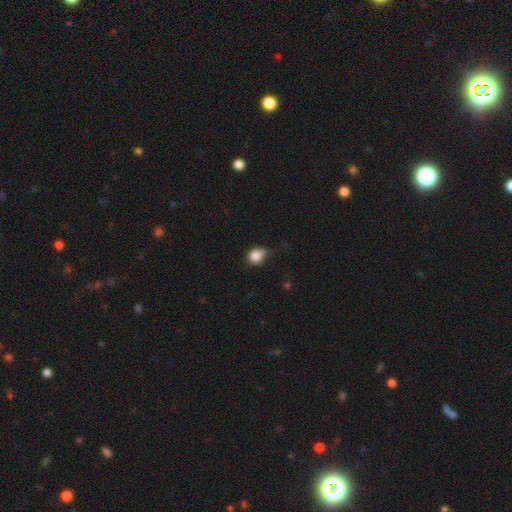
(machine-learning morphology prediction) Smooth or featured: smooth — 85% (star or artifact — 10%)
How rounded: round — 73% (in between — 26%)
Merging: none — 51% (minor disturbance — 37%)